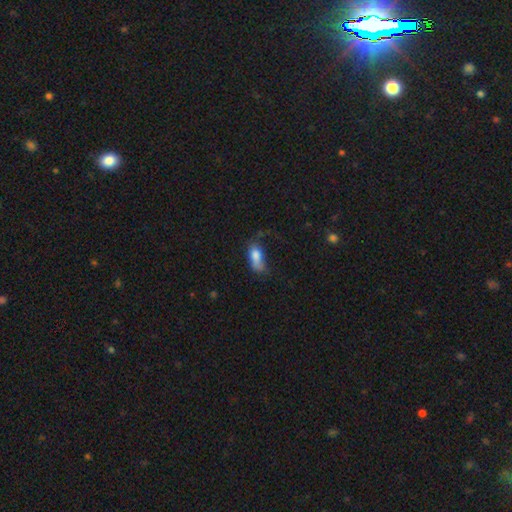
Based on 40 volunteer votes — This appears to be a smooth galaxy with no disk features (88%) that is in between round and cigar-shaped (66%). Merging: none (53%).